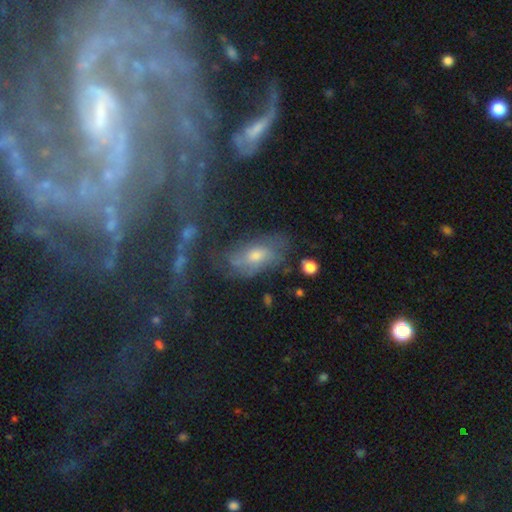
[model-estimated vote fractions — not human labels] Overall: featured or disk (48%; smooth 39%). Merging: none (56%; minor disturbance 23%).